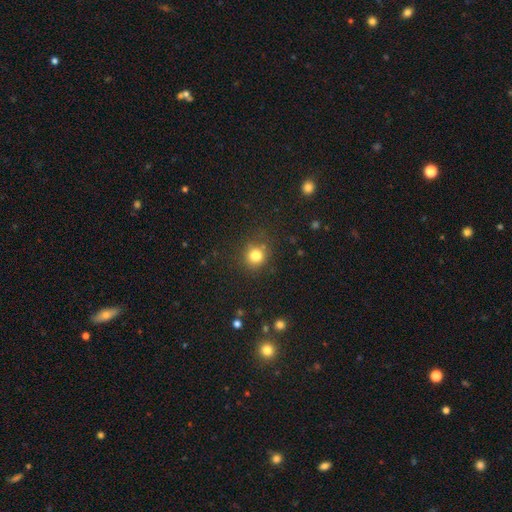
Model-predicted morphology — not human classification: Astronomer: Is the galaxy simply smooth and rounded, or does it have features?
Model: smooth — 81%.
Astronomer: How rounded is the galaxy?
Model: round — 89%.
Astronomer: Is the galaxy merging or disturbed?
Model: none — 81%.